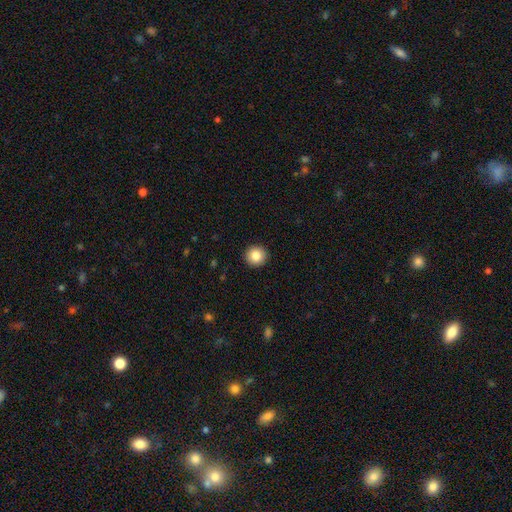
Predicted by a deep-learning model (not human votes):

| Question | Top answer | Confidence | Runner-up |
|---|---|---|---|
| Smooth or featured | smooth | 85% | star or artifact (9%) |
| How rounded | round | 94% | in between (5%) |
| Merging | none | 93% | minor disturbance (4%) |